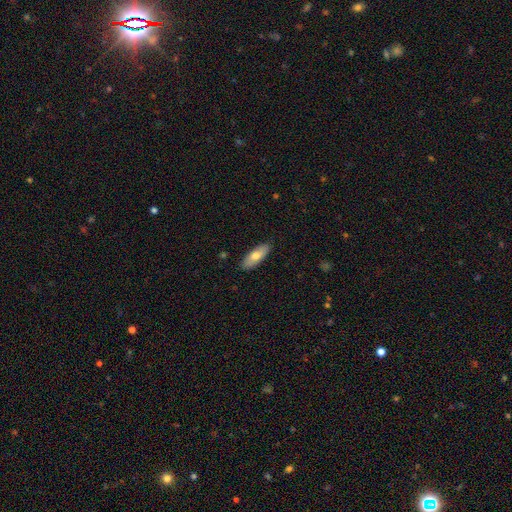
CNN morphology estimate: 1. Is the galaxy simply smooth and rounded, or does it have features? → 71% smooth, 23% featured or disk, 6% star or artifact.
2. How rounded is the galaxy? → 71% in between, 26% cigar-shaped, 2% round.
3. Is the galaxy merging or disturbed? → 88% none, 9% minor disturbance, 2% major disturbance, 1% merger.